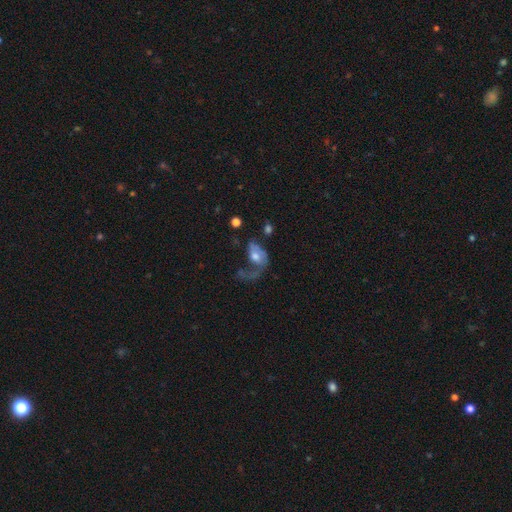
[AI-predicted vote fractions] smooth_or_featured: featured or disk (p=0.47) [alt: smooth p=0.44]
merging: major disturbance (p=0.60) [alt: none p=0.17]